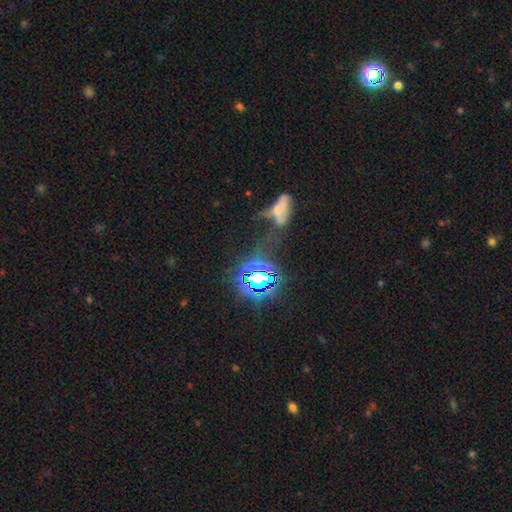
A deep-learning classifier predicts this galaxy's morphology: smooth-or-featured: star or artifact: 66% | smooth: 18% | featured or disk: 16%